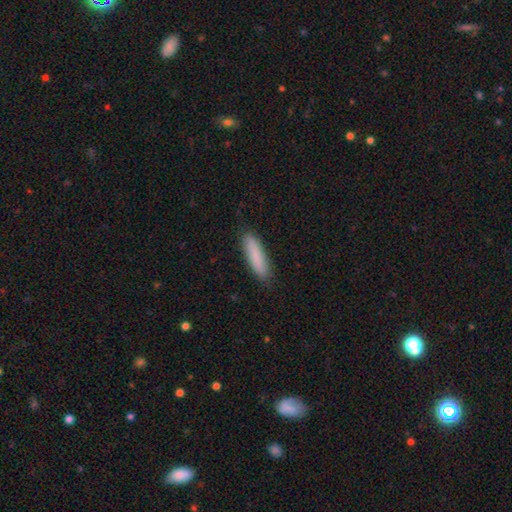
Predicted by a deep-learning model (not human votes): smooth-or-featured: smooth: 87% | featured or disk: 7% | star or artifact: 6%
  how-rounded: cigar-shaped: 74% | in between: 25% | round: 1%
  merging: none: 87% | minor disturbance: 10% | major disturbance: 2% | merger: 1%